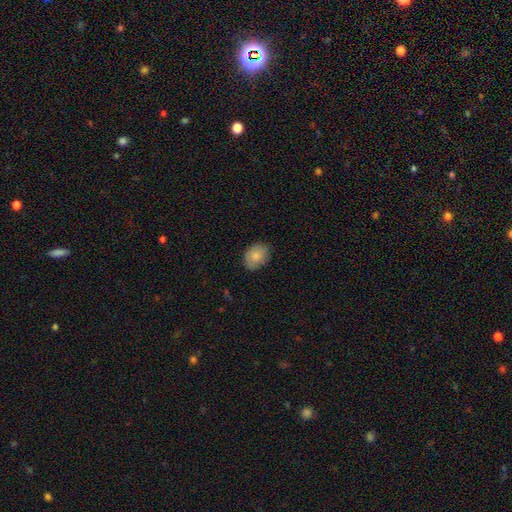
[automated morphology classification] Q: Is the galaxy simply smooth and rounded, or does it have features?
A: smooth — 81%.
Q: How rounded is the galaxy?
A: in between — 69%.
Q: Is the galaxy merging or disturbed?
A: none — 82%.